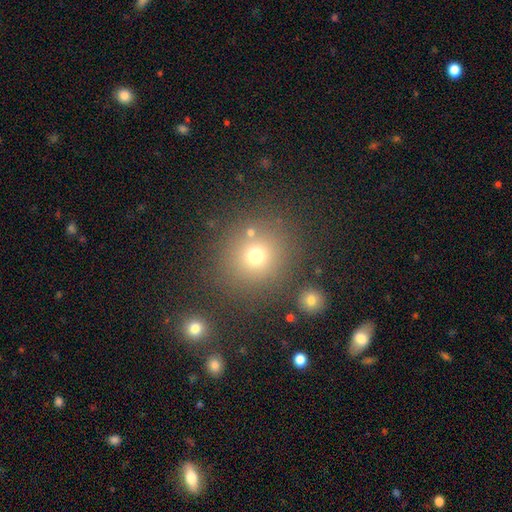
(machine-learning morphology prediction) The model was most divided on "smooth or featured": smooth: 71%, star or artifact: 19%, featured or disk: 10%. More confident: how rounded — round (89%); merging — none (81%).